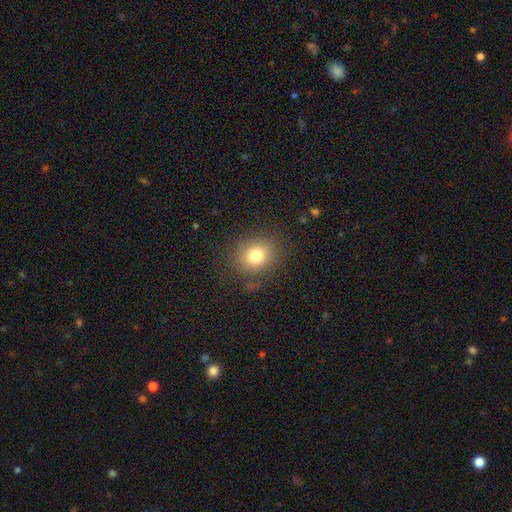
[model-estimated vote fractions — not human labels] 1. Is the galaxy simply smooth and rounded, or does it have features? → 78% smooth, 12% star or artifact, 10% featured or disk.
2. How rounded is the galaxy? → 70% round, 29% in between, 1% cigar-shaped.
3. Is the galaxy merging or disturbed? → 81% none, 12% minor disturbance, 6% major disturbance, 1% merger.